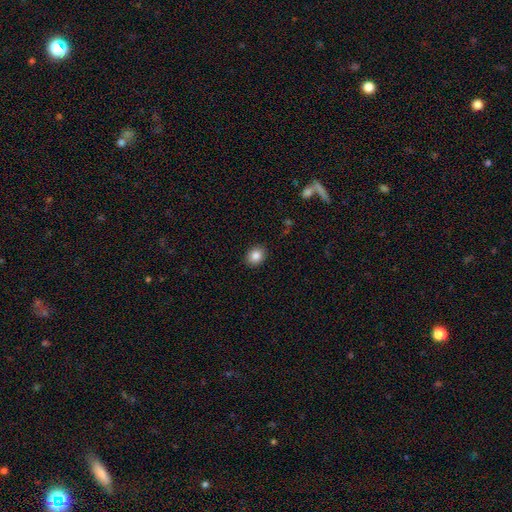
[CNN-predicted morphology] smooth 85%, star or artifact 9%, featured or disk 6%. Down the decision tree: how rounded — round (58%); merging — none (89%).